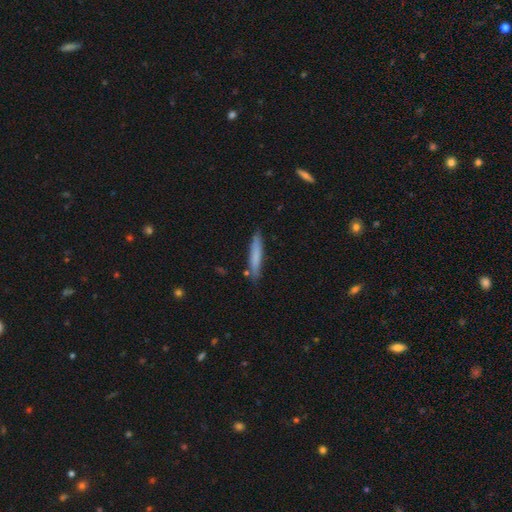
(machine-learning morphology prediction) This appears to be a smooth galaxy with no disk features (73%) that is cigar-shaped (91%). Merging: none (82%).